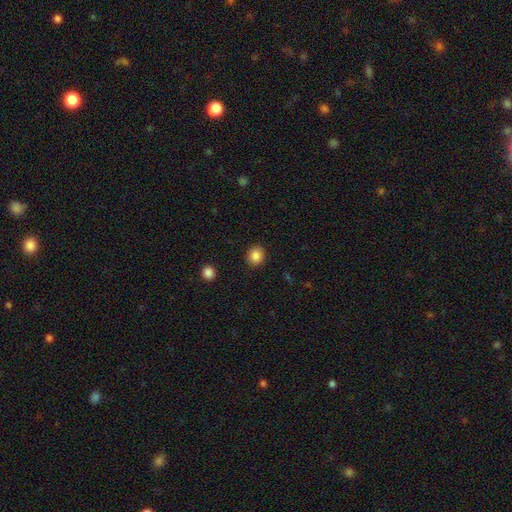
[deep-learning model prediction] This appears to be a smooth galaxy with no disk features (86%) that is round (72%). Merging: none (89%).